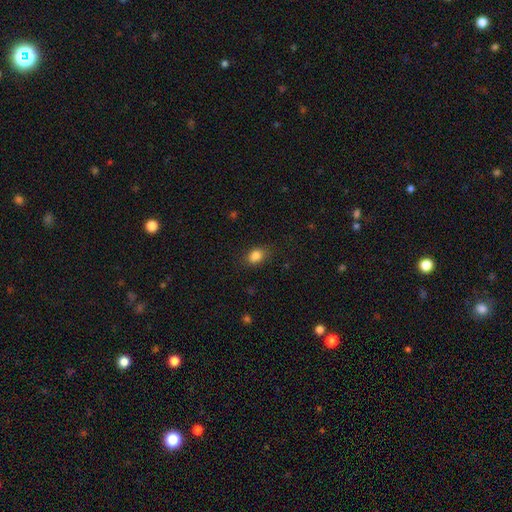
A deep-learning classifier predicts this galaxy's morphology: Q: Smooth or featured?
A: smooth (85%); runner-up: star or artifact (10%)
Q: How rounded?
A: in between (68%); runner-up: round (31%)
Q: Merging?
A: none (80%); runner-up: minor disturbance (15%)